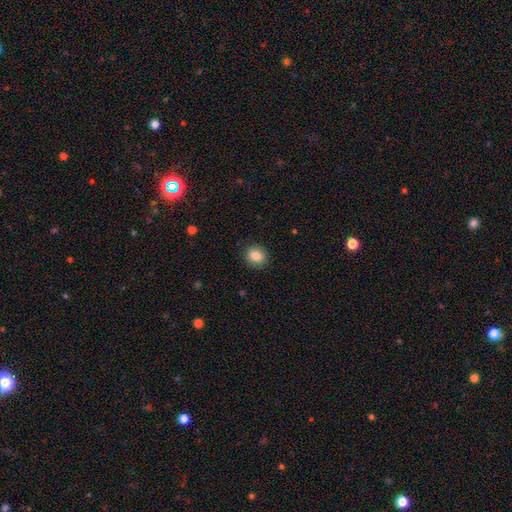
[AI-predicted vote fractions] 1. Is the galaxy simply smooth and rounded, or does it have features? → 85% smooth, 9% star or artifact, 6% featured or disk.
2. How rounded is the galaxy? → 80% round, 19% in between, 1% cigar-shaped.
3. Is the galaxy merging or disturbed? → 90% none, 7% minor disturbance, 2% major disturbance, 1% merger.